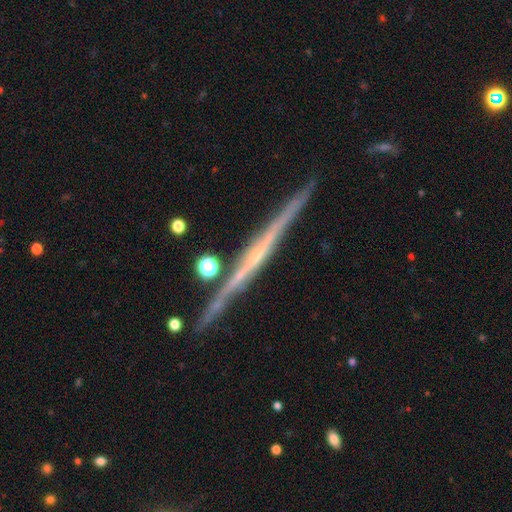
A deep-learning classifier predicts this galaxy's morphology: type=featured or disk (81%); edge-on=yes (98%); edge-on bulge=none (58%); merging=none (88%).